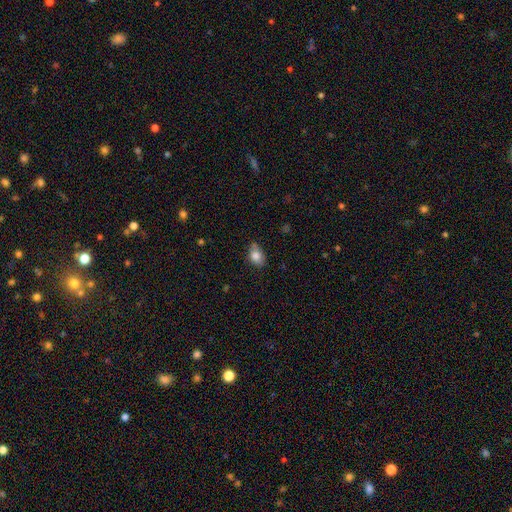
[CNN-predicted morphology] Smooth or featured? Predicted: smooth (p=0.81). How rounded? Predicted: in between (p=0.77). Merging? Predicted: none (p=0.60).